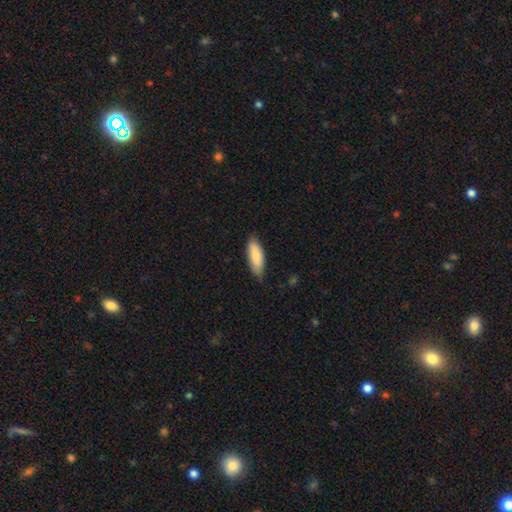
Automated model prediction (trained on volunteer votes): smooth_or_featured: smooth (p=0.83) [alt: featured or disk p=0.12]
how_rounded: in between (p=0.67) [alt: cigar-shaped p=0.31]
merging: none (p=0.78) [alt: minor disturbance p=0.18]